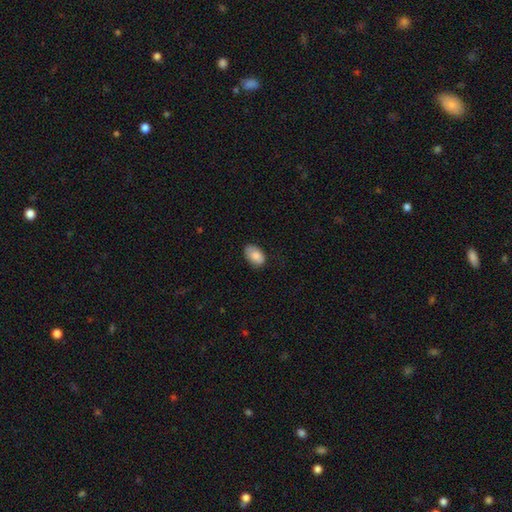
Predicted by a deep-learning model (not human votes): Morphology: type=smooth (85%); roundness=in between (90%); merging=none (77%).